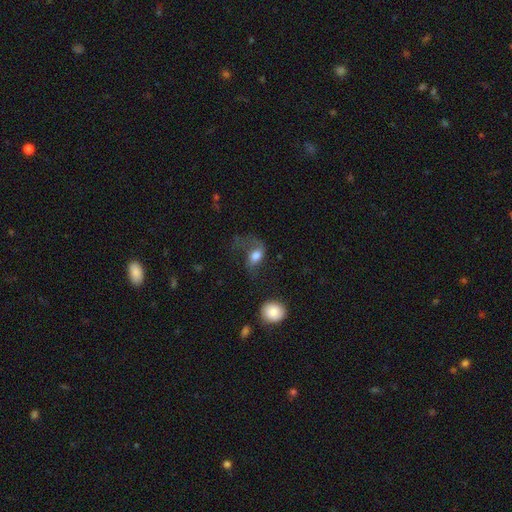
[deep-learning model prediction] smooth_or_featured: smooth (p=0.56) [alt: featured or disk p=0.35]
how_rounded: in between (p=0.76) [alt: round p=0.20]
merging: major disturbance (p=0.50) [alt: none p=0.28]